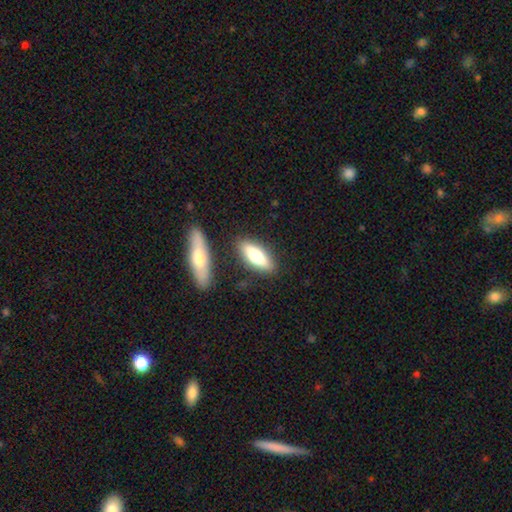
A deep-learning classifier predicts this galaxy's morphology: A smooth galaxy with no disk features (60%) that is in between round and cigar-shaped (55%). Merging: none (82%).